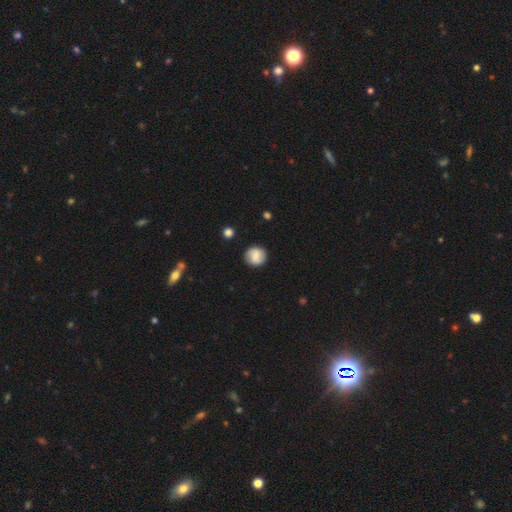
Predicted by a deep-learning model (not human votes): This appears to be a smooth galaxy with no disk features (63%) that is round (89%). Merging: none (86%).